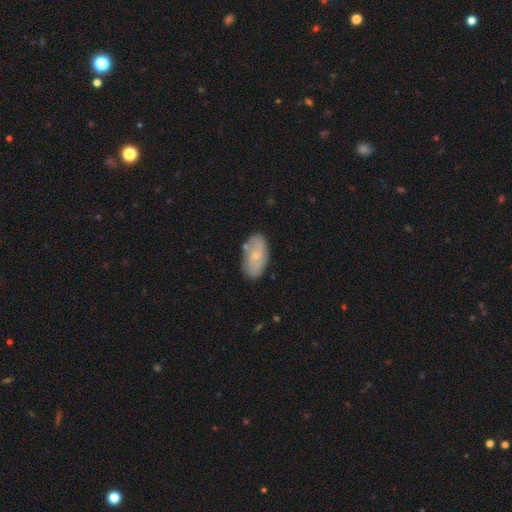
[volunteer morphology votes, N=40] Q: Smooth or featured?
A: smooth (52%); runner-up: featured or disk (45%)
Q: How rounded?
A: in between (90%); runner-up: cigar-shaped (10%)
Q: Merging?
A: none (82%); runner-up: minor disturbance (10%)